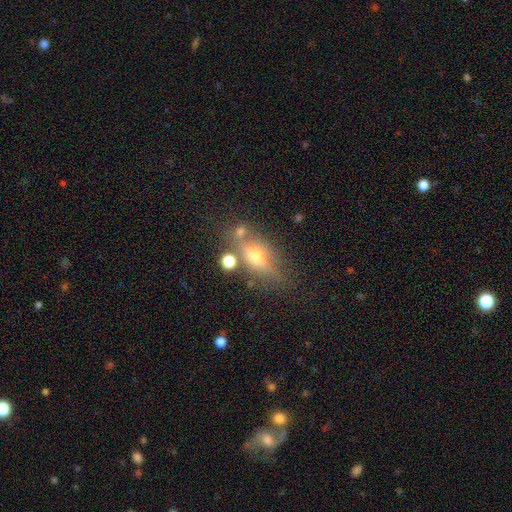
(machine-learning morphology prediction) A featured or disk galaxy (46%).

Vote fractions:
- Smooth or featured? featured or disk: 46% / smooth: 41% / star or artifact: 13%
- Merging? none: 65% / minor disturbance: 16% / merger: 10% / major disturbance: 8%